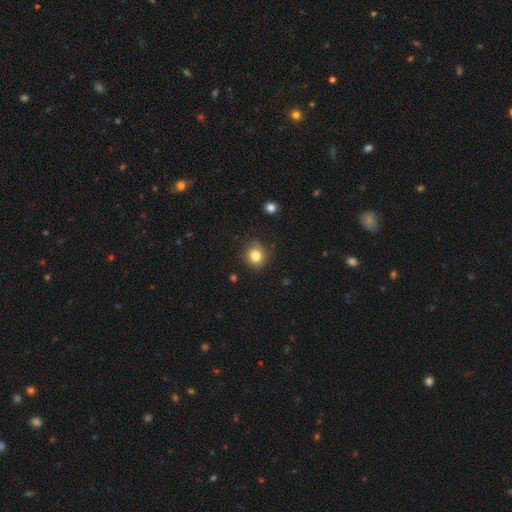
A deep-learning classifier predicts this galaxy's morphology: Smooth or featured? Predicted: smooth (p=0.82). How rounded? Predicted: round (p=0.84). Merging? Predicted: none (p=0.83).